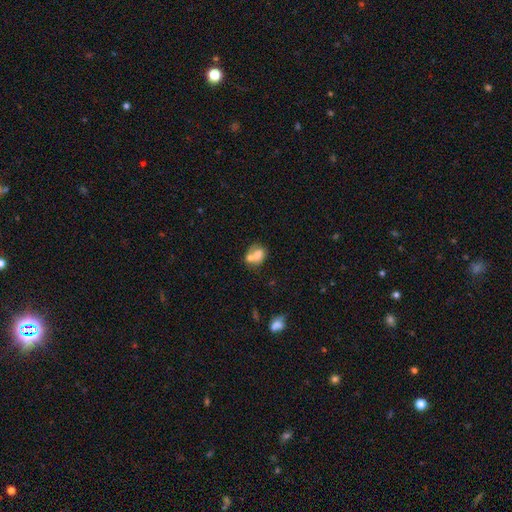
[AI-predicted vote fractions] Smooth or featured? smooth (65%)
How rounded? in between (52%)
Merging? merger (59%)